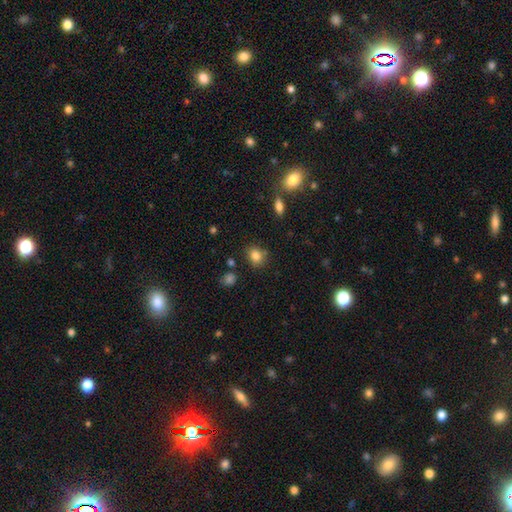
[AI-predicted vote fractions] Q: Smooth or featured?
A: smooth (82%); runner-up: star or artifact (11%)
Q: How rounded?
A: round (64%); runner-up: in between (35%)
Q: Merging?
A: none (79%); runner-up: minor disturbance (13%)